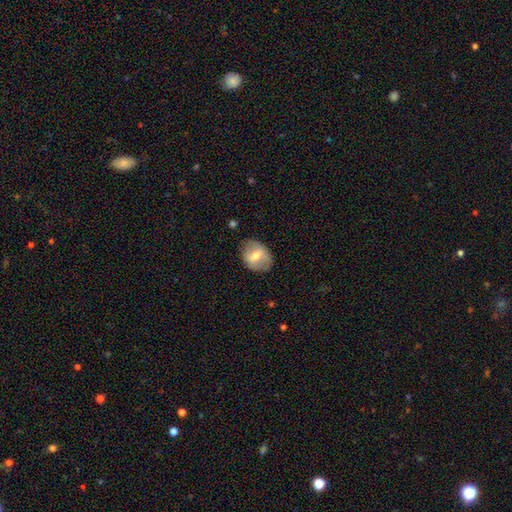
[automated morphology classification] smooth-or-featured: smooth: 52% | featured or disk: 41% | star or artifact: 7%
  how-rounded: in between: 59% | round: 39% | cigar-shaped: 1%
  merging: none: 78% | minor disturbance: 16% | major disturbance: 5% | merger: 1%